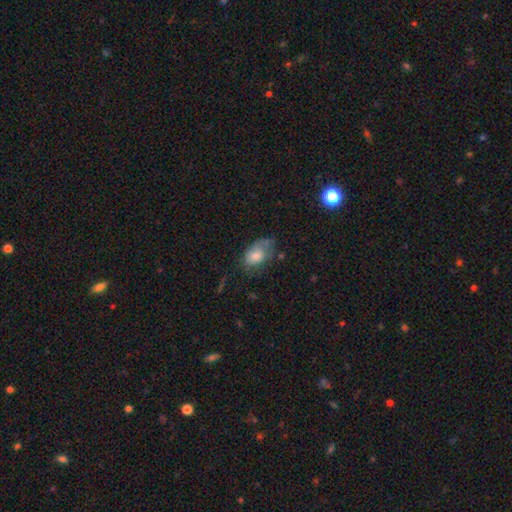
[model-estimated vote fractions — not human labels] A smooth galaxy with no disk features (66%) that is in between round and cigar-shaped (88%). Merging: none (42%).